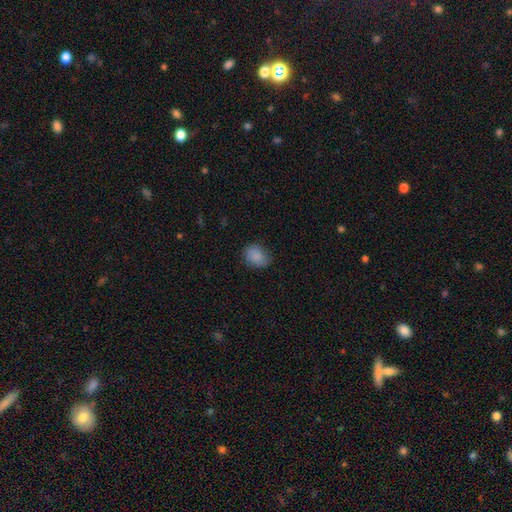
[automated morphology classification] Smooth or featured? smooth (87%)
How rounded? in between (56%)
Merging? none (76%)